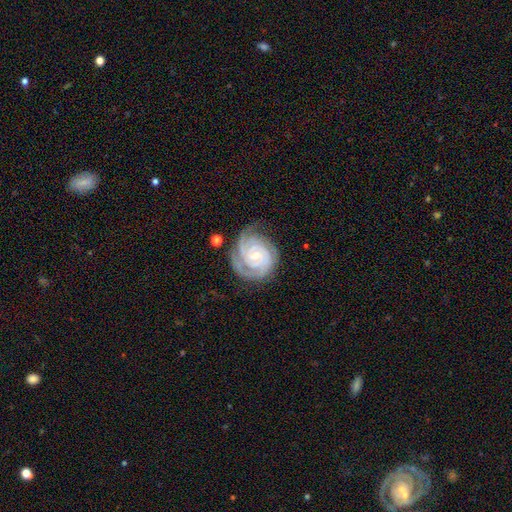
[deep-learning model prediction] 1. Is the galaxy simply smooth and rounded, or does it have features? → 90% featured or disk, 5% smooth, 5% star or artifact.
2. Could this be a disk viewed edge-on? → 98% no, 2% yes.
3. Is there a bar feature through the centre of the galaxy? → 58% no, 33% weak, 9% strong.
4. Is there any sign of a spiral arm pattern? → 98% yes, 2% no.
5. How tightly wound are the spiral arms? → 81% tight, 17% medium, 2% loose.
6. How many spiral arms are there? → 38% 3, 23% 2, 14% 4, 14% can't tell, 5% more than 4, 5% 1.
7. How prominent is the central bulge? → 67% small, 29% moderate, 2% none, 1% large, 1% dominant.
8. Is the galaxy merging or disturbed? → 70% none, 20% minor disturbance, 8% major disturbance, 2% merger.